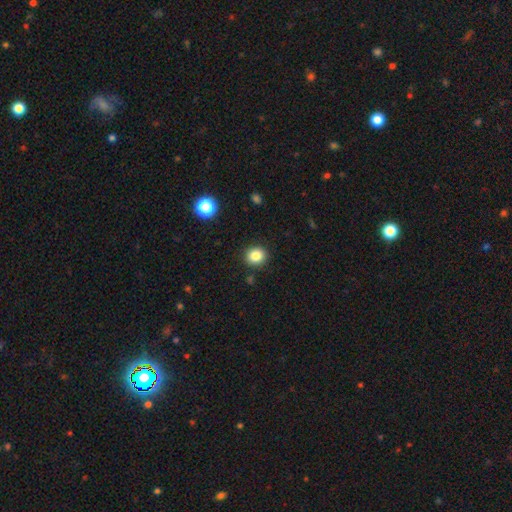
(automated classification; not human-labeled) This appears to be a smooth galaxy with no disk features (84%) that is round (80%). Merging: none (90%).